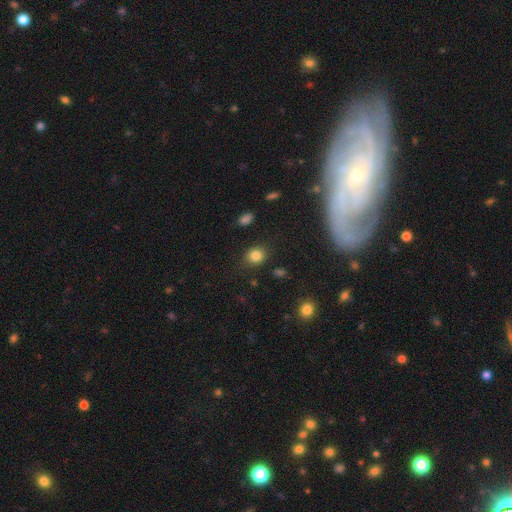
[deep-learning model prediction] The model was most divided on "how rounded": round: 67%, in between: 32%, cigar-shaped: 1%. More confident: merging — none (83%); smooth or featured — smooth (82%).